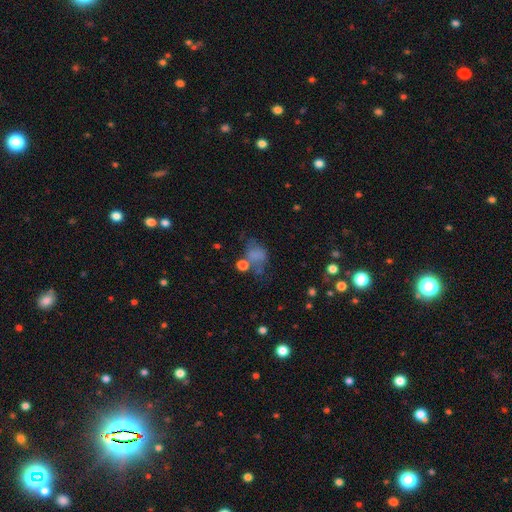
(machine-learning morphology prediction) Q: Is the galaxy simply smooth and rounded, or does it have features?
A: smooth — 67%.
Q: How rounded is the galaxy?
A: in between — 61%.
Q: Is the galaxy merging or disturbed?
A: none — 35%.